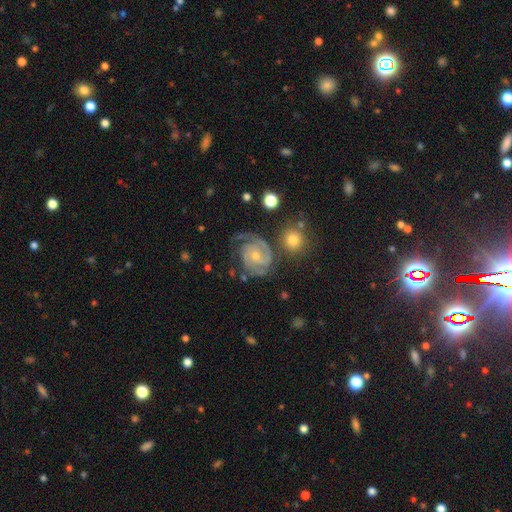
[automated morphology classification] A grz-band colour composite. It shows a featured or disk galaxy (87%) with no bar (60%), 2 (52%) tight (56%) spiral arms (97%) and a small central bulge (52%). Merging: none (57%).